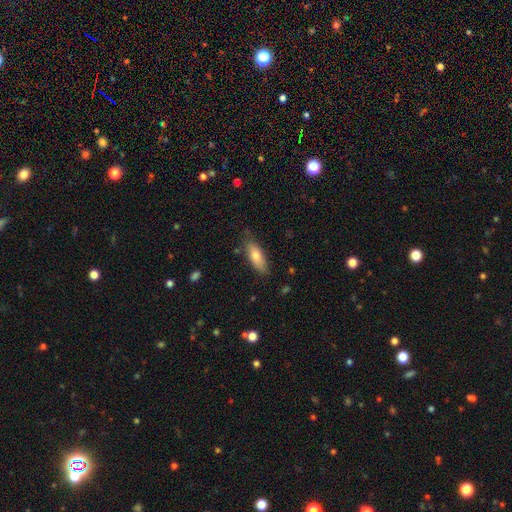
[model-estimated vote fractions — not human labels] This is likely a smooth galaxy (76%). How rounded: likely in between (63%). Merging: likely none (76%).